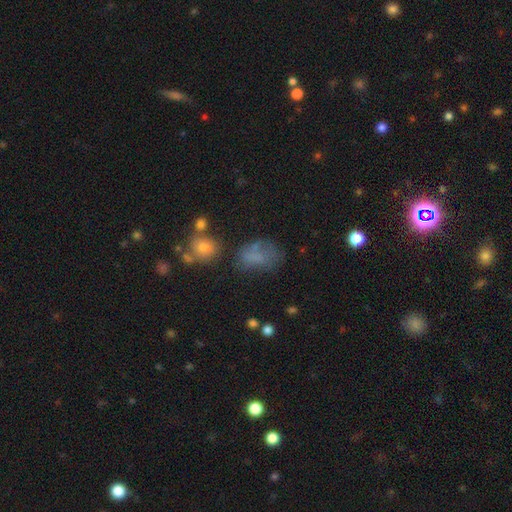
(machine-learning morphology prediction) smooth-or-featured: smooth: 64% | featured or disk: 19% | star or artifact: 18%
  how-rounded: in between: 78% | round: 19% | cigar-shaped: 3%
  merging: none: 38% | major disturbance: 27% | minor disturbance: 25% | merger: 11%